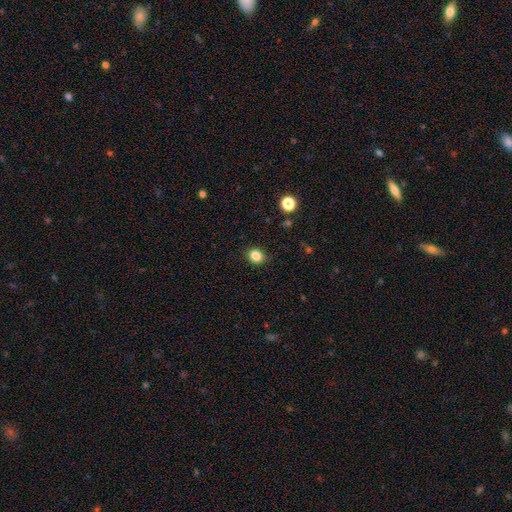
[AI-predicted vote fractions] Overall: smooth (84%). How rounded: round (65%; in between 34%). Merging: none (88%).